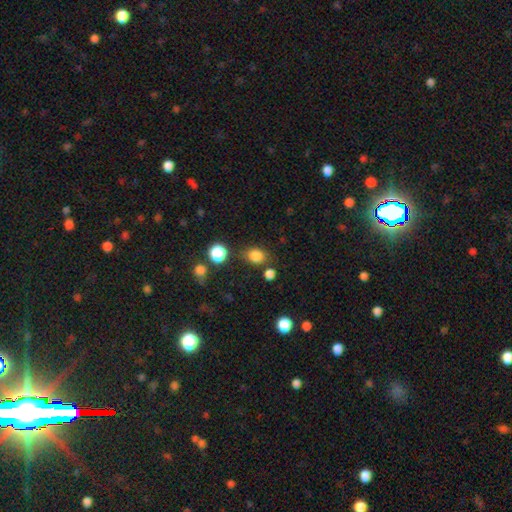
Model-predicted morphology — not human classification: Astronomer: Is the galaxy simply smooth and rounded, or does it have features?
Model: smooth — 82%.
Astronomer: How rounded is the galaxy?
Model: round — 51% (runner-up: in between, 48%).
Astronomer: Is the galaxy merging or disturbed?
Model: none — 74%.